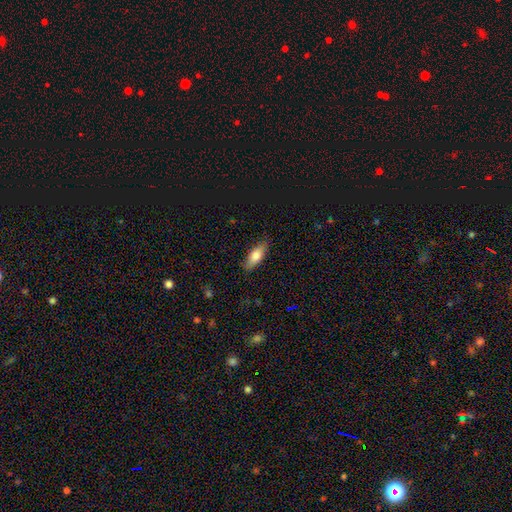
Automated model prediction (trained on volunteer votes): Smooth or featured? Predicted: smooth (p=0.78). How rounded? Predicted: in between (p=0.73). Merging? Predicted: none (p=0.83).